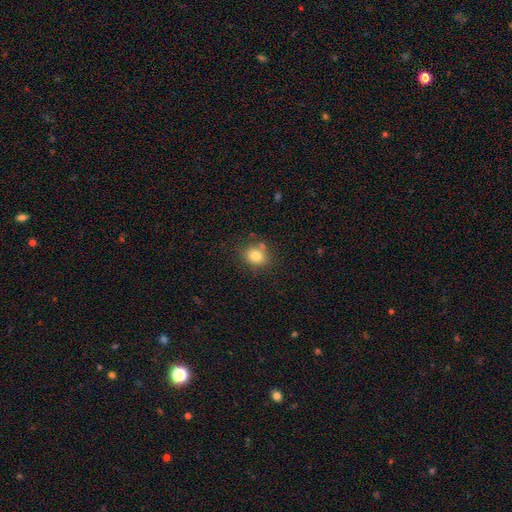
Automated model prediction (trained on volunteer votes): This appears to be a smooth galaxy with no disk features (80%) that is round (72%). Merging: none (74%).